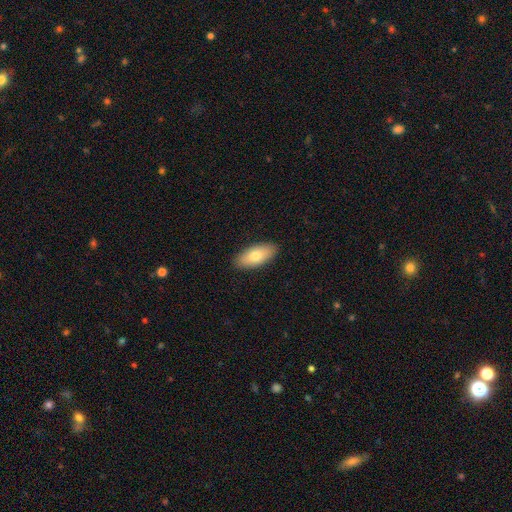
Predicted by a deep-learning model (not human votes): A smooth galaxy with no disk features (75%) that is in between round and cigar-shaped (89%). Merging: none (89%).